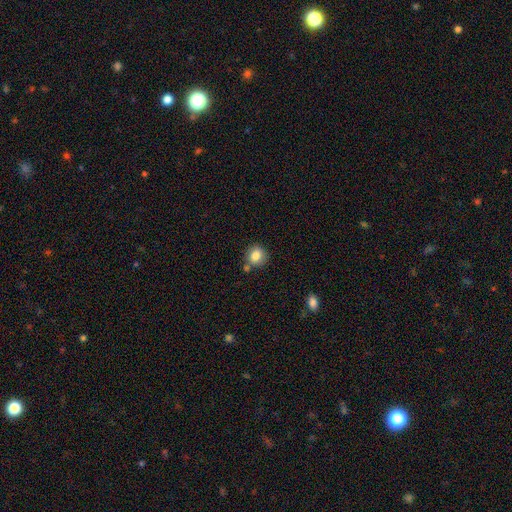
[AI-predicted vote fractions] This appears to be a smooth galaxy with no disk features (83%) that is round (78%). Merging: none (70%).